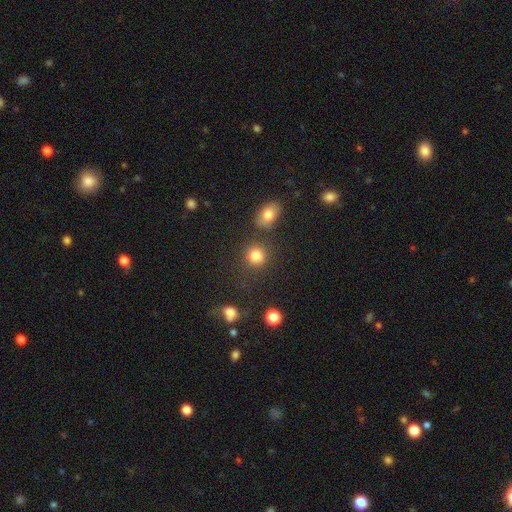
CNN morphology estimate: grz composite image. It shows a smooth galaxy with no disk features (82%) that is round (80%). Merging: none (72%).